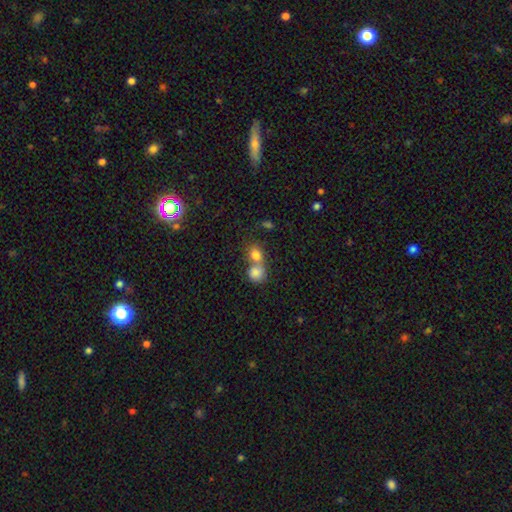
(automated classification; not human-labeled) smooth 80%, star or artifact 11%, featured or disk 9%. Down the decision tree: how rounded — round (72%); merging — merger (57%).